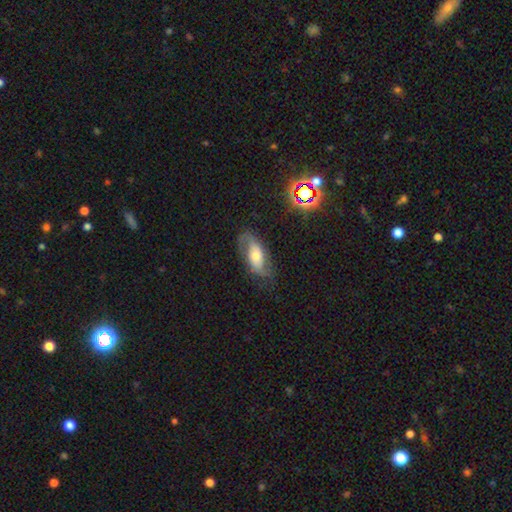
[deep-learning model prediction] Smooth or featured? Predicted: featured or disk (p=0.58). Edge-on disk? Predicted: no (p=0.87). Bar? Predicted: no (p=0.62). Spiral arms? Predicted: yes (p=0.79). Bulge size? Predicted: moderate (p=0.55). Merging? Predicted: none (p=0.65).